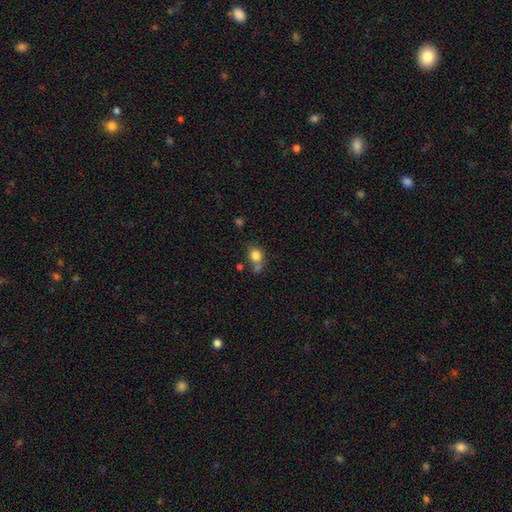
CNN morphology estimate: smooth_or_featured: smooth (p=0.80) [alt: star or artifact p=0.11]
how_rounded: round (p=0.70) [alt: in between p=0.29]
merging: none (p=0.50) [alt: merger p=0.27]